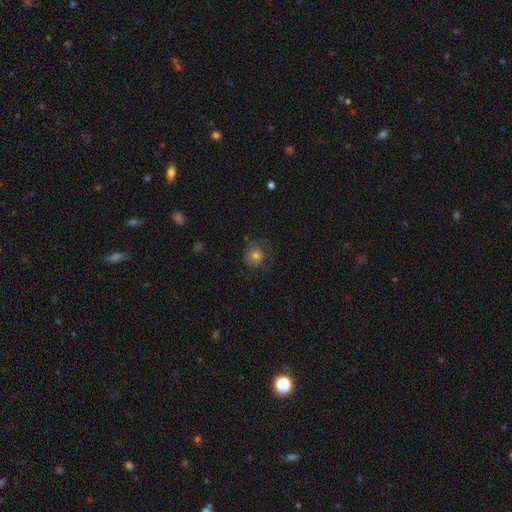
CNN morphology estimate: A smooth galaxy with no disk features (73%) that is round (83%). Merging: none (66%).